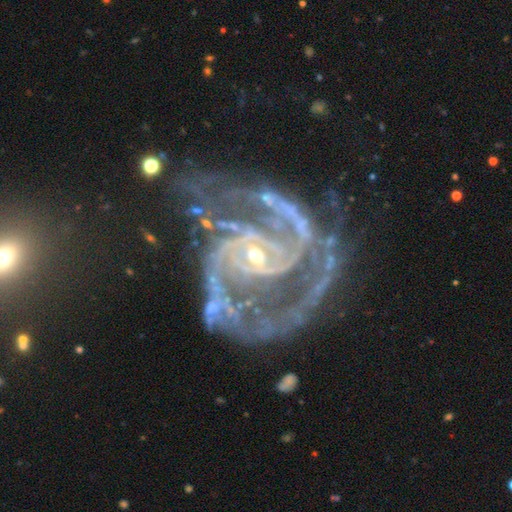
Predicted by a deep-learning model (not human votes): smooth-or-featured: featured or disk: 93% | star or artifact: 5% | smooth: 2%
  disk-edge-on: no: 98% | yes: 2%
    bar: no: 48% | weak: 33% | strong: 18%
    has-spiral-arms: yes: 98% | no: 2%
      spiral-winding: medium: 49% | tight: 42% | loose: 8%
      spiral-arm-count: 2: 63% | 3: 15% | can't tell: 8% | 4: 5% | 1: 5% | more than 4: 5%
    bulge-size: small: 83% | moderate: 12% | none: 3% | large: 1% | dominant: 1%
  merging: none: 50% | minor disturbance: 23% | major disturbance: 22% | merger: 6%